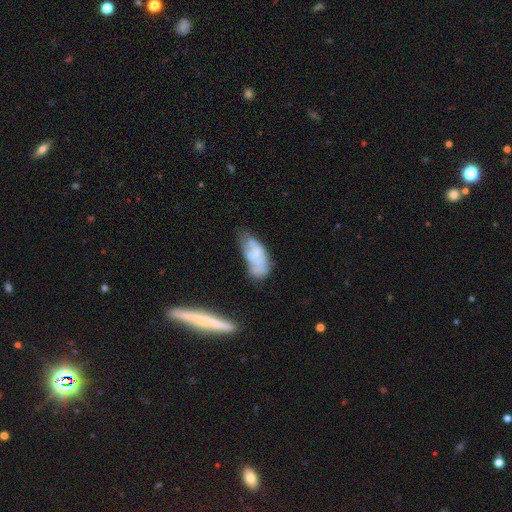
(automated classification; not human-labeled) Smooth or featured?
  - smooth: 47% *
  - featured or disk: 44%
  - star or artifact: 9%
Merging?
  - none: 32% *
  - minor disturbance: 29%
  - major disturbance: 22%
  - merger: 16%